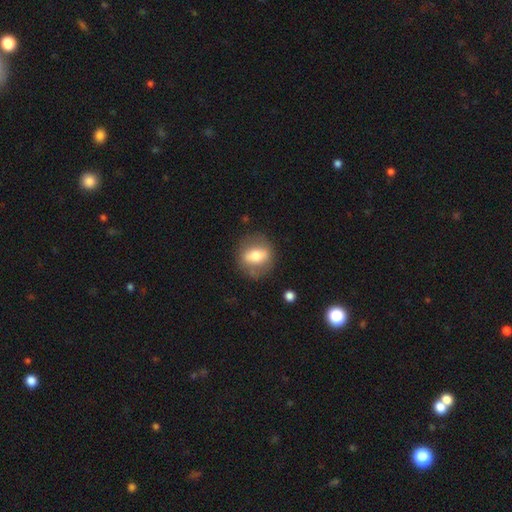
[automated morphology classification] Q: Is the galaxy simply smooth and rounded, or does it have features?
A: smooth — 59%.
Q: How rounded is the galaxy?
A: round — 53%.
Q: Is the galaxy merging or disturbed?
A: none — 77%.